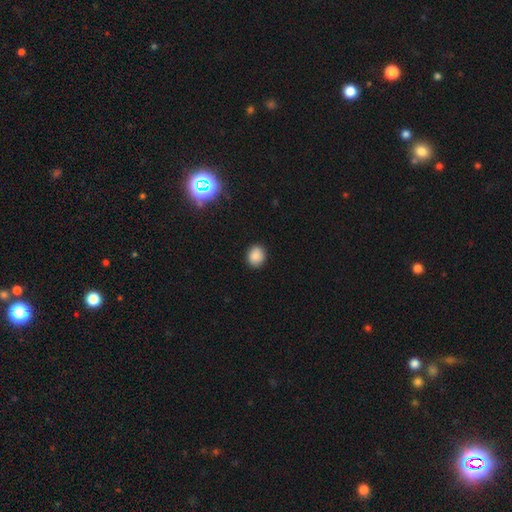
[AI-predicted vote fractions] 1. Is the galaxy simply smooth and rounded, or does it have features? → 86% smooth, 10% star or artifact, 4% featured or disk.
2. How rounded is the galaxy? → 68% round, 31% in between, 1% cigar-shaped.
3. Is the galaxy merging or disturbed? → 89% none, 8% minor disturbance, 2% major disturbance, 1% merger.